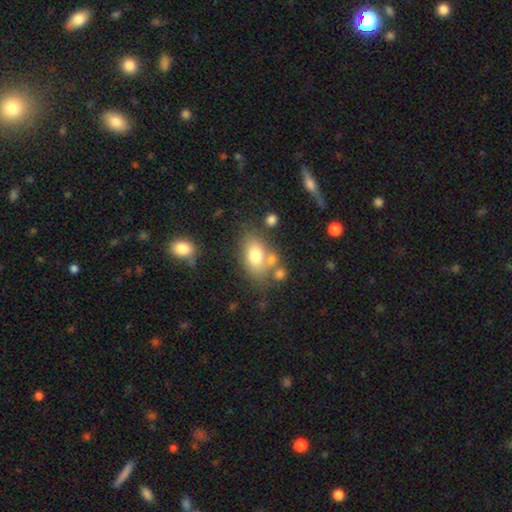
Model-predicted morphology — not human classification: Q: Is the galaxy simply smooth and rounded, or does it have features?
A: smooth — 73%.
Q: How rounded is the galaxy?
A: in between — 82%.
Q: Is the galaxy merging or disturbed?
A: none — 57%.